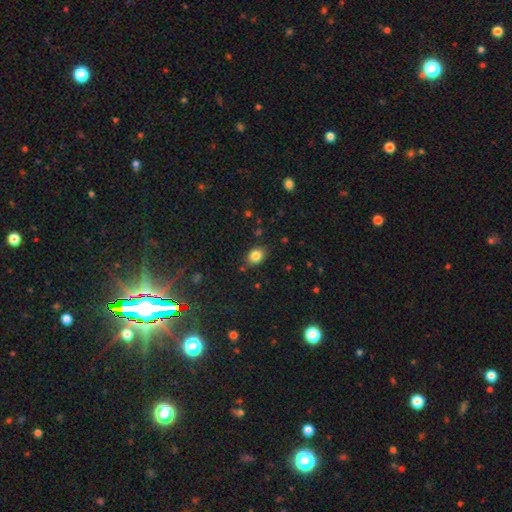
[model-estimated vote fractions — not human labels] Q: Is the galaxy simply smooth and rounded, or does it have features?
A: smooth — 84%.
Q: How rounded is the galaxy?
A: in between — 57%.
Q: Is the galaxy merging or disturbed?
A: none — 83%.